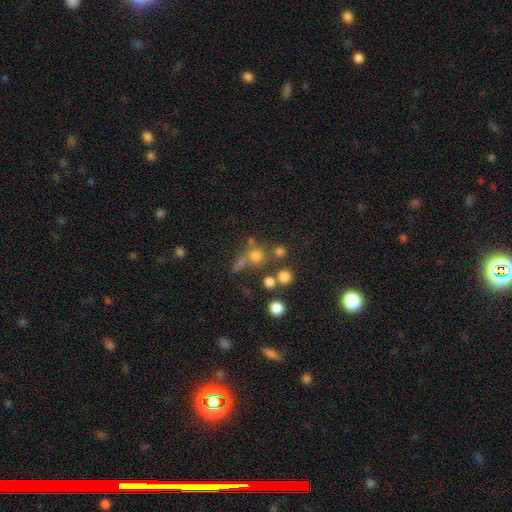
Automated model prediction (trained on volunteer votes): A smooth galaxy with no disk features (64%) that is round (88%). Merging: none (54%).